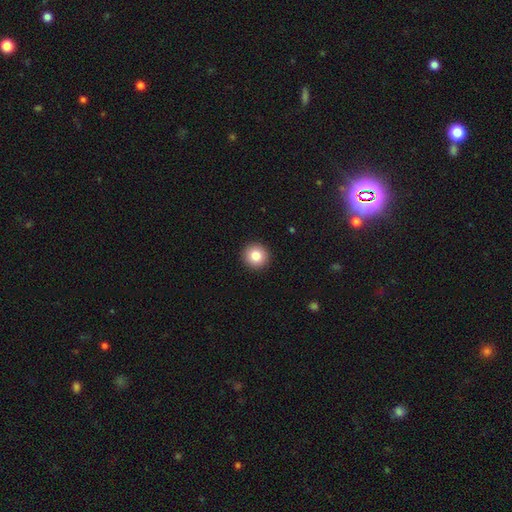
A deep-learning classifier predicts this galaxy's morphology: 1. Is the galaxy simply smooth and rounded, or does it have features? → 84% smooth, 9% star or artifact, 7% featured or disk.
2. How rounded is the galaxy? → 94% round, 5% in between, 1% cigar-shaped.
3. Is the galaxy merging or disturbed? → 93% none, 5% minor disturbance, 2% major disturbance, 1% merger.